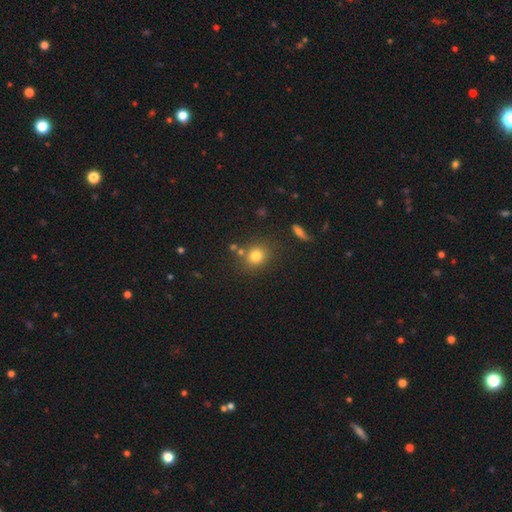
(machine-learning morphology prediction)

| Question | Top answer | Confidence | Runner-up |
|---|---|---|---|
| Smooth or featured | smooth | 79% | star or artifact (13%) |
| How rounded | round | 76% | in between (23%) |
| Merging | none | 75% | minor disturbance (11%) |